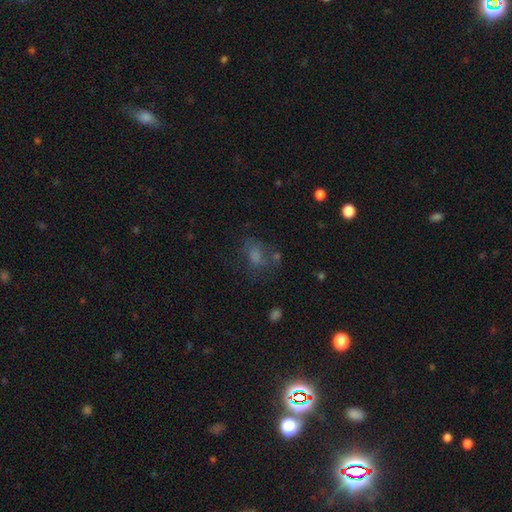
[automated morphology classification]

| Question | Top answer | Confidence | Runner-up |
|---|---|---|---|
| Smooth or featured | smooth | 57% | featured or disk (23%) |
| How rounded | in between | 68% | round (29%) |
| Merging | none | 47% | major disturbance (24%) |